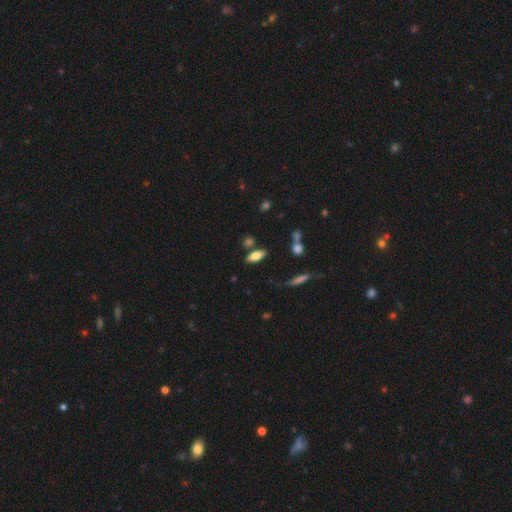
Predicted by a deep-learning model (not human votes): Smooth or featured? smooth (68%)
How rounded? in between (76%)
Merging? none (76%)